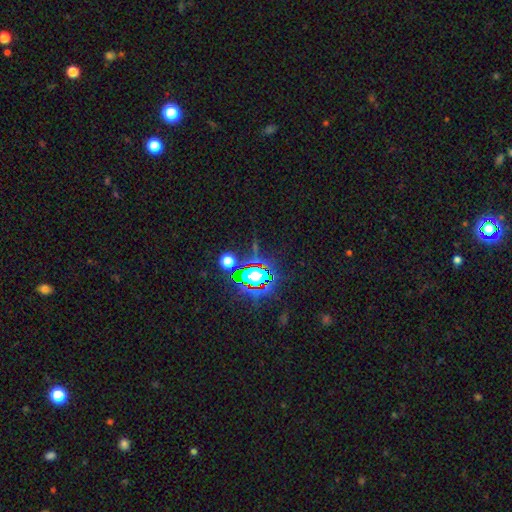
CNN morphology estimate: Smooth or featured?
  - star or artifact: 79% *
  - smooth: 13%
  - featured or disk: 8%